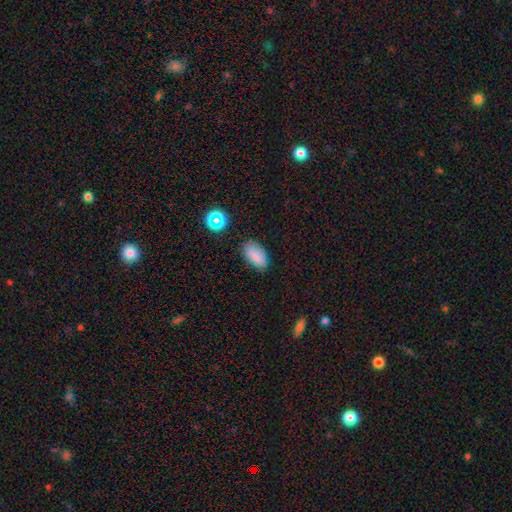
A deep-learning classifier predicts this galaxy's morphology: Smooth or featured? Predicted: smooth (p=0.82). How rounded? Predicted: in between (p=0.92). Merging? Predicted: none (p=0.76).